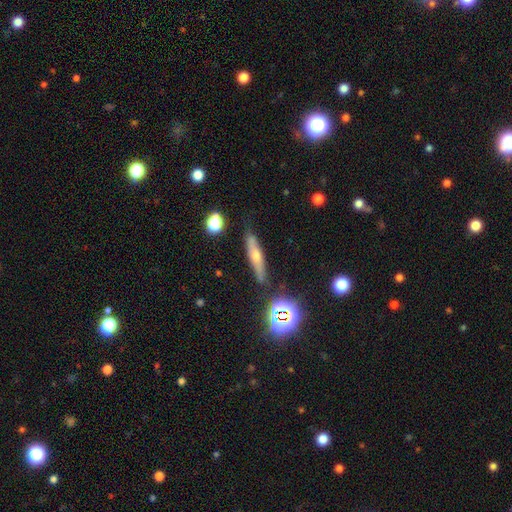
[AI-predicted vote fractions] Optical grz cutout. It shows a smooth galaxy with no disk features (44%). Merging: none (81%).